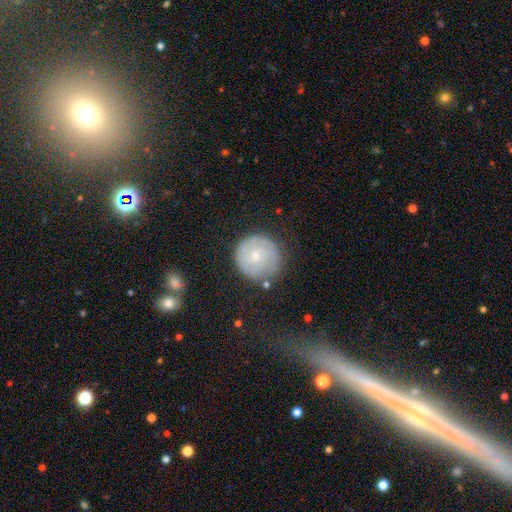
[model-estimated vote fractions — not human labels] Smooth or featured? Predicted: smooth (p=0.48). Merging? Predicted: none (p=0.78).